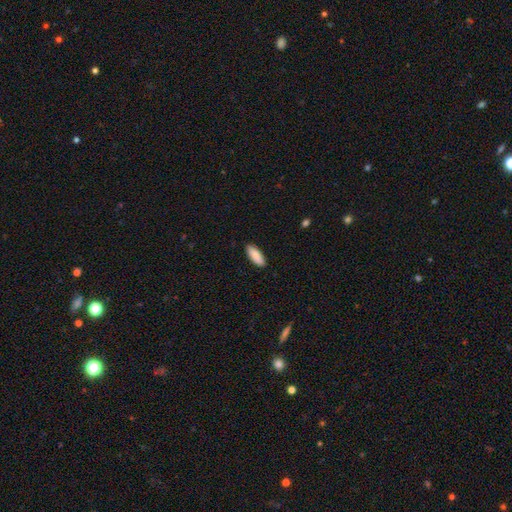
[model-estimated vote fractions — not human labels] smooth-or-featured: smooth: 89% | star or artifact: 6% | featured or disk: 5%
  how-rounded: in between: 67% | cigar-shaped: 31% | round: 2%
  merging: none: 89% | minor disturbance: 8% | major disturbance: 2% | merger: 1%